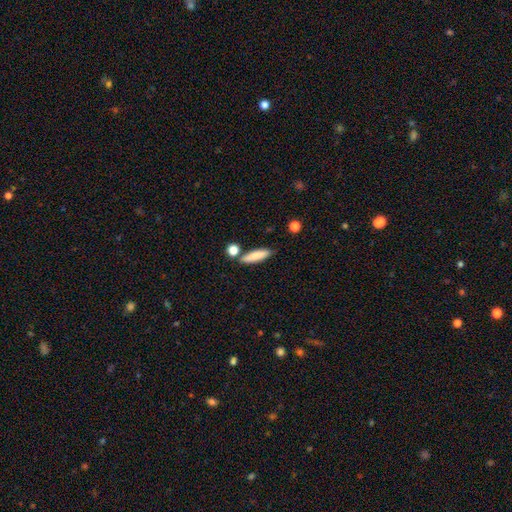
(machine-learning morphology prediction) Smooth or featured?
  - smooth: 82% *
  - featured or disk: 11%
  - star or artifact: 7%
How rounded?
  - cigar-shaped: 65% *
  - in between: 32%
  - round: 3%
Merging?
  - none: 76% *
  - minor disturbance: 12%
  - merger: 9%
  - major disturbance: 3%